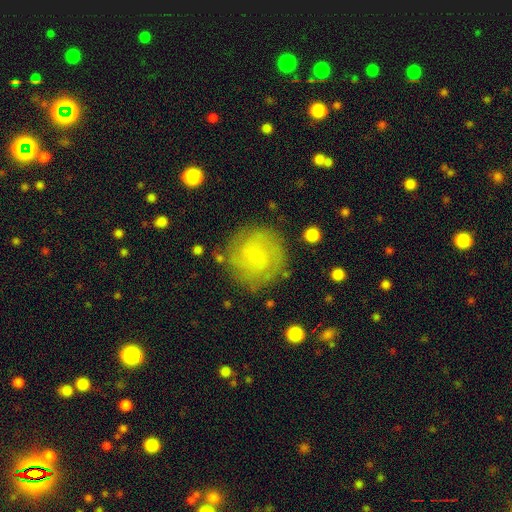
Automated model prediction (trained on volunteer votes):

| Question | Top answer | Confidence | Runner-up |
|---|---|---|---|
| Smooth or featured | featured or disk | 54% | smooth (37%) |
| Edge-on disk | no | 98% | yes (2%) |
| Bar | no | 60% | weak (35%) |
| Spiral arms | yes | 87% | no (13%) |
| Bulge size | small | 57% | none (23%) |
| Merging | none | 79% | minor disturbance (14%) |